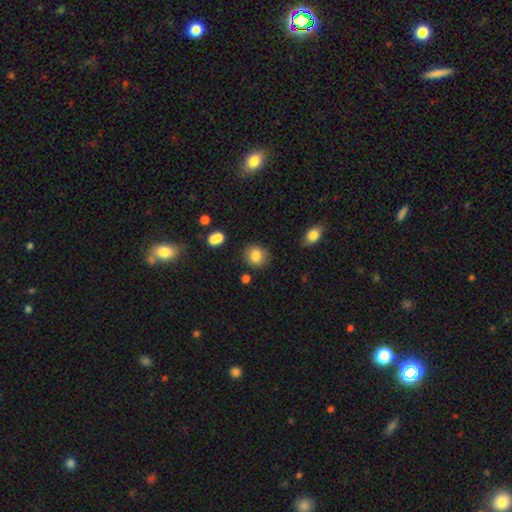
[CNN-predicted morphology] Smooth or featured: smooth — 83% (star or artifact — 10%)
How rounded: round — 78% (in between — 21%)
Merging: none — 84% (minor disturbance — 11%)